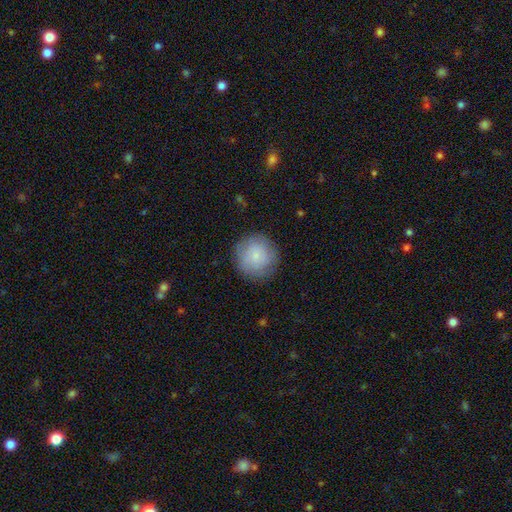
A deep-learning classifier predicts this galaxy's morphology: Smooth or featured? smooth (78%)
How rounded? round (95%)
Merging? none (85%)